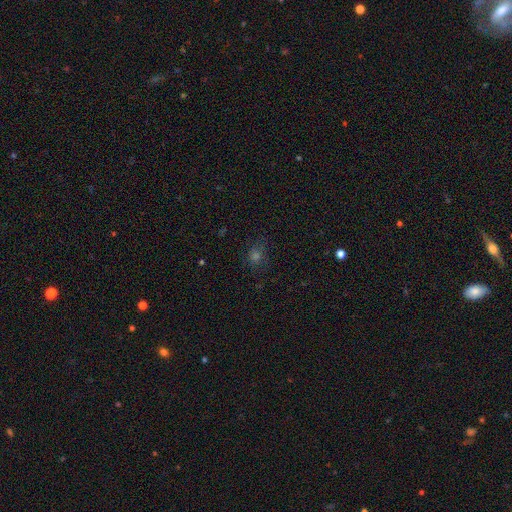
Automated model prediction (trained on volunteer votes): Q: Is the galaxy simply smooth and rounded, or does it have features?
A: smooth — 54%.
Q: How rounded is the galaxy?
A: round — 72%.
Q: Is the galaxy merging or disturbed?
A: none — 78%.